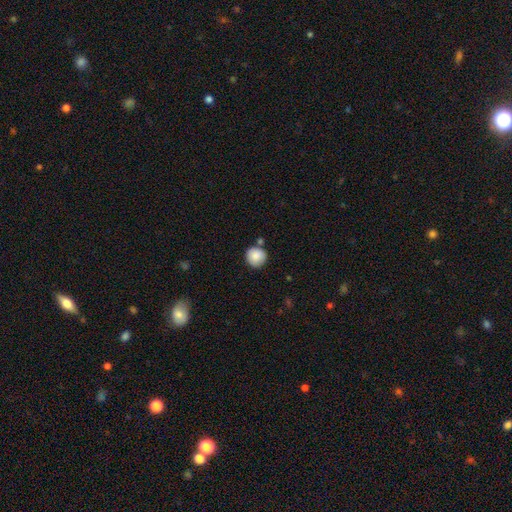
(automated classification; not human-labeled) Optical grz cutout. It shows a smooth galaxy with no disk features (86%) that is round (93%). Merging: none (77%).